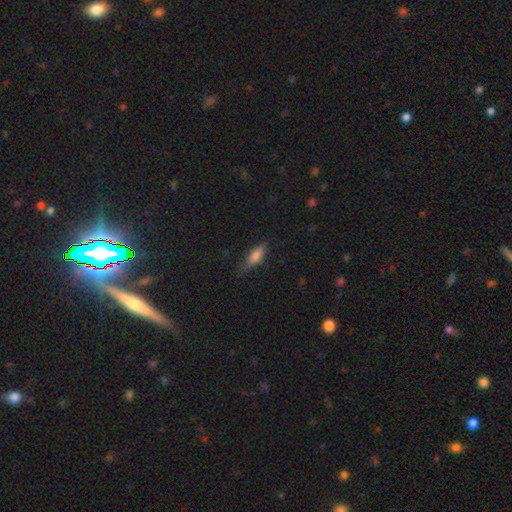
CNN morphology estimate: Overall: smooth (75%). How rounded: in between (55%; cigar-shaped 43%). Merging: none (71%).